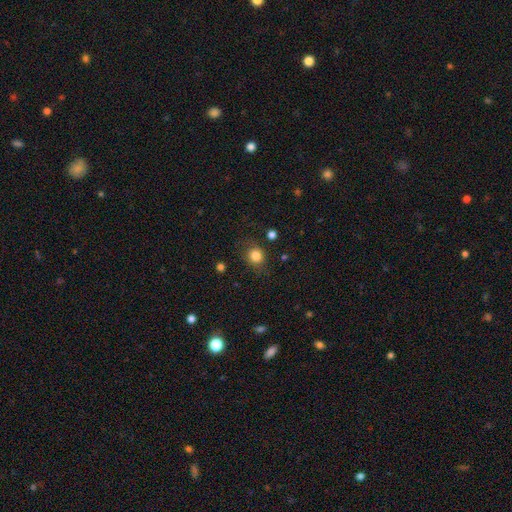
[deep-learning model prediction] A smooth galaxy with no disk features (83%) that is round (76%). Merging: none (78%).